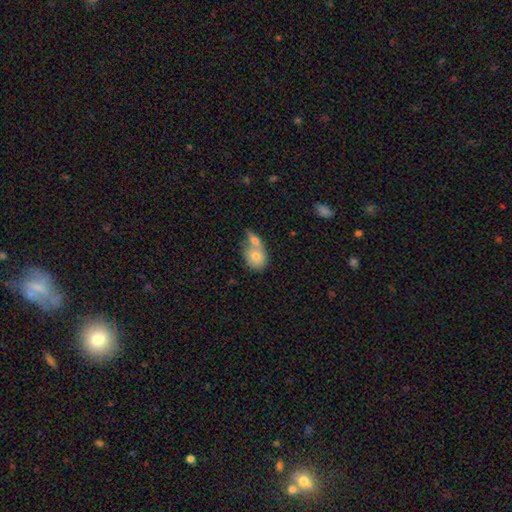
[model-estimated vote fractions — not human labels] Morphology: type=smooth (76%); roundness=in between (59%); merging=merger (57%).